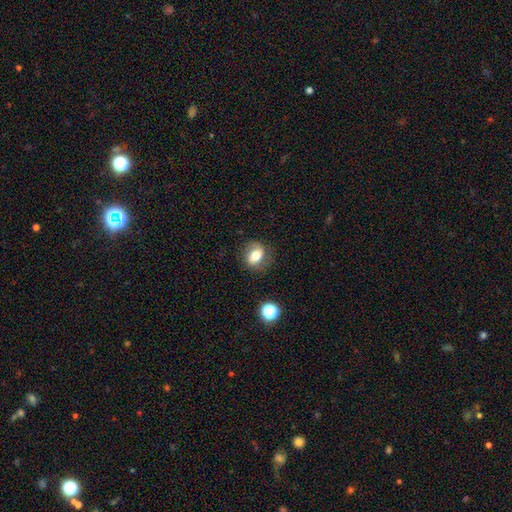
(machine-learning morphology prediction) The model was most divided on "how rounded": in between: 53%, round: 45%, cigar-shaped: 2%. More confident: merging — none (76%); smooth or featured — smooth (60%).